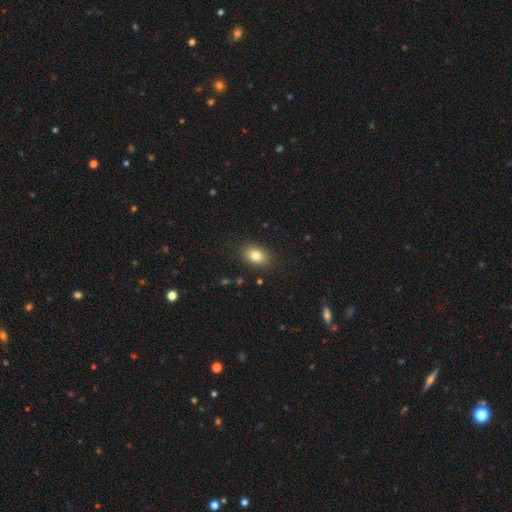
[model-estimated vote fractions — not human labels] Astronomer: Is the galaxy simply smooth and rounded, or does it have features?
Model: smooth — 82%.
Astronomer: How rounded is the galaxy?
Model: in between — 80%.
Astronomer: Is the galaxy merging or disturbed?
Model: none — 87%.